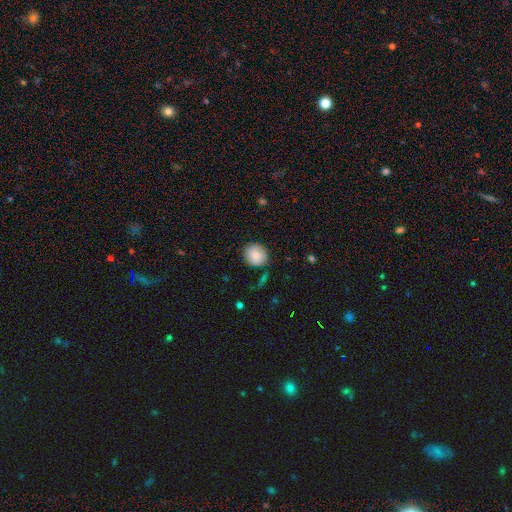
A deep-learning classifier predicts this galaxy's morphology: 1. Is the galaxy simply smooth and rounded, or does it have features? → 86% smooth, 7% star or artifact, 7% featured or disk.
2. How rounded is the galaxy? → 90% round, 9% in between, 1% cigar-shaped.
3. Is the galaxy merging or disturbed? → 80% none, 13% minor disturbance, 3% major disturbance, 3% merger.